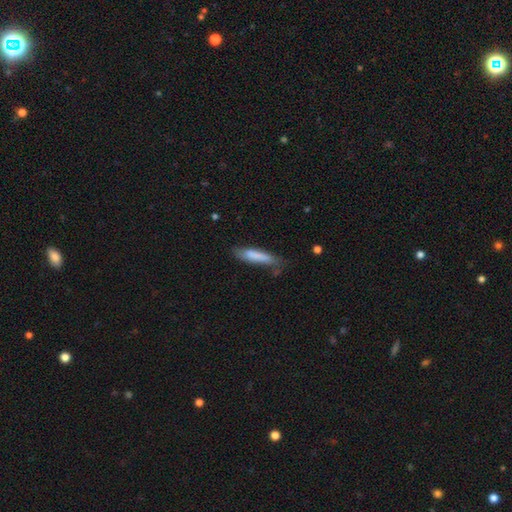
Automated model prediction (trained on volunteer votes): Smooth or featured? smooth (78%)
How rounded? cigar-shaped (80%)
Merging? none (61%)